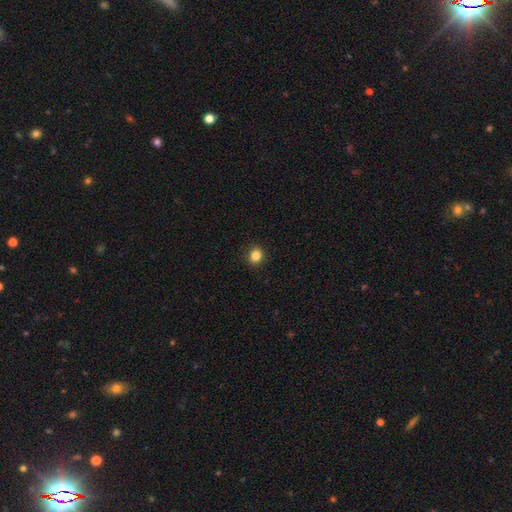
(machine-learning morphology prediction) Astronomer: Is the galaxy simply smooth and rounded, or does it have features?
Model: smooth — 85%.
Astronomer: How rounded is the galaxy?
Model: round — 74%.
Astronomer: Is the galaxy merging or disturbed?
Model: none — 91%.